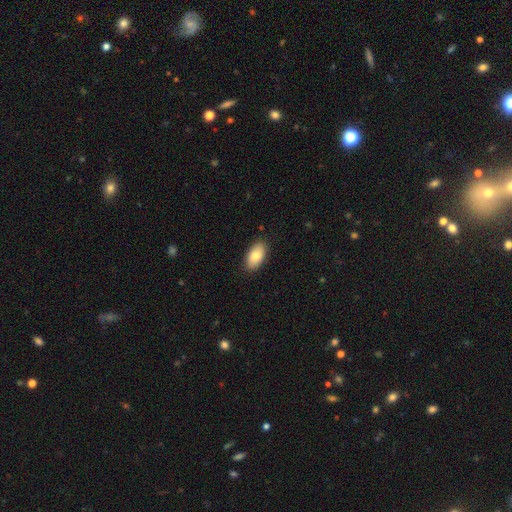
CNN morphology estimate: Overall: smooth (82%). How rounded: in between (94%). Merging: none (87%).